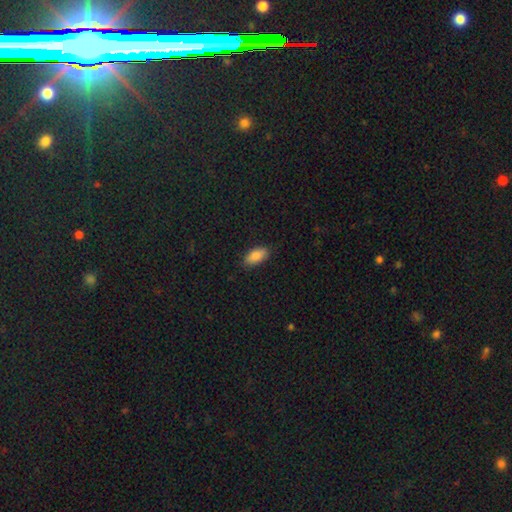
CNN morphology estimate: smooth 86%, featured or disk 7%, star or artifact 7%. Down the decision tree: how rounded — in between (90%); merging — none (86%).